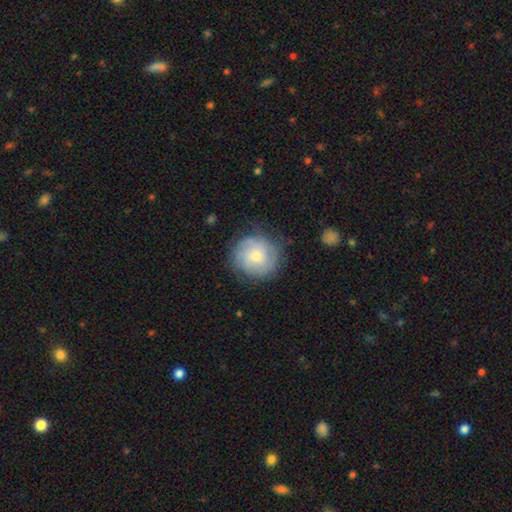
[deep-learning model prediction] The model was most divided on "smooth or featured" (2-way tie): smooth: 46%, featured or disk: 46%, star or artifact: 8%. More confident: merging — none (76%).